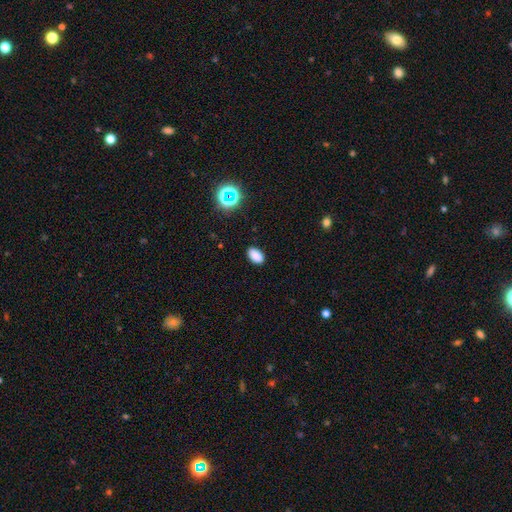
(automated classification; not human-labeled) This appears to be a smooth galaxy with no disk features (84%) that is in between round and cigar-shaped (91%). Merging: none (87%).